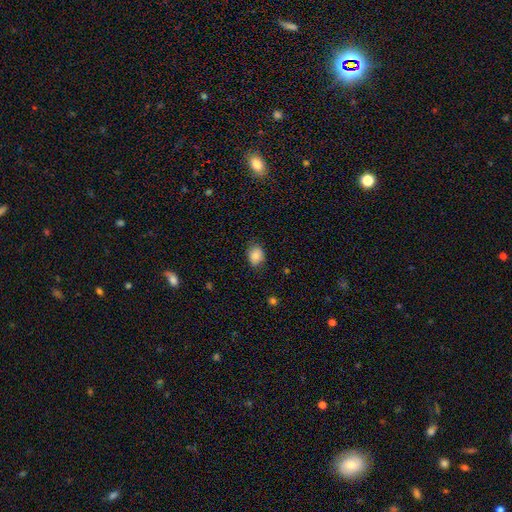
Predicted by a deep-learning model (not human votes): The model was most divided on "how rounded": in between: 57%, round: 42%, cigar-shaped: 1%. More confident: smooth or featured — smooth (83%); merging — none (74%).